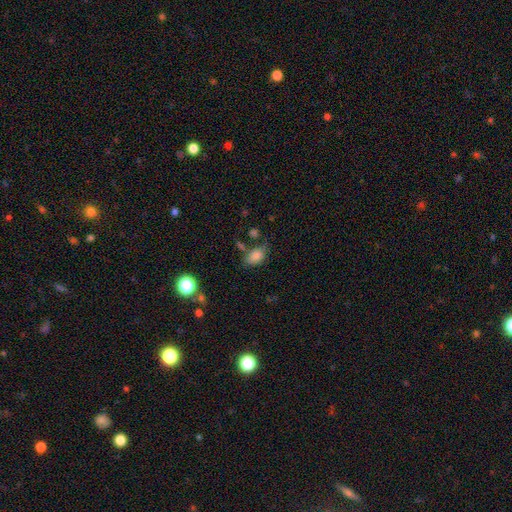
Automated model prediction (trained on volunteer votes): Morphology: type=smooth (82%); roundness=in between (83%); merging=none (57%).